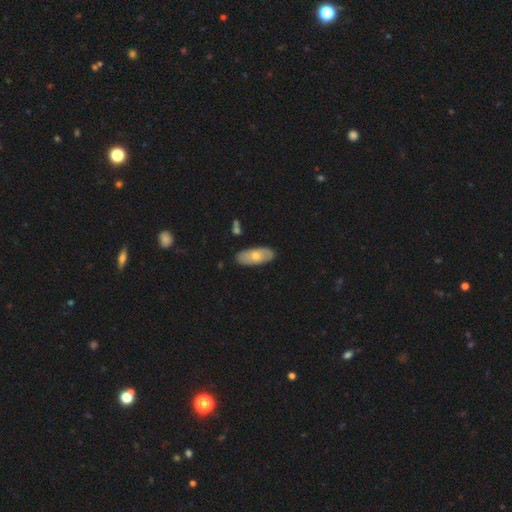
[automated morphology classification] This appears to be a smooth galaxy with no disk features (55%) that is in between round and cigar-shaped (86%). Merging: none (85%).